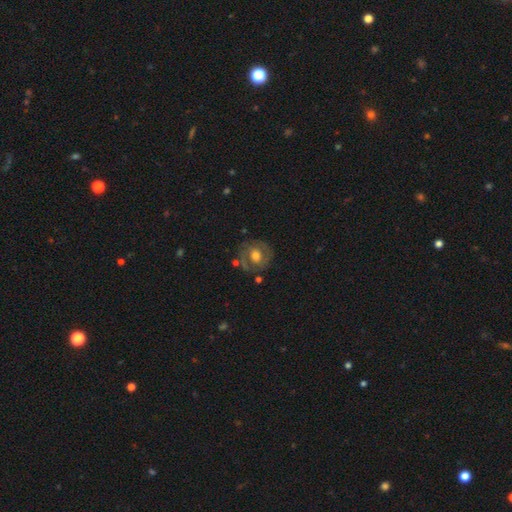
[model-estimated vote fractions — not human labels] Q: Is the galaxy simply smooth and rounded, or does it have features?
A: featured or disk — 55%.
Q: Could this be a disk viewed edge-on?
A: no — 96%.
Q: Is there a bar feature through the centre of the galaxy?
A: no — 66%.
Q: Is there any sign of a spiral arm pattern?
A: no — 50%, tied with yes.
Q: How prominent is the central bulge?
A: moderate — 69%.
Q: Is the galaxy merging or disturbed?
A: none — 75%.